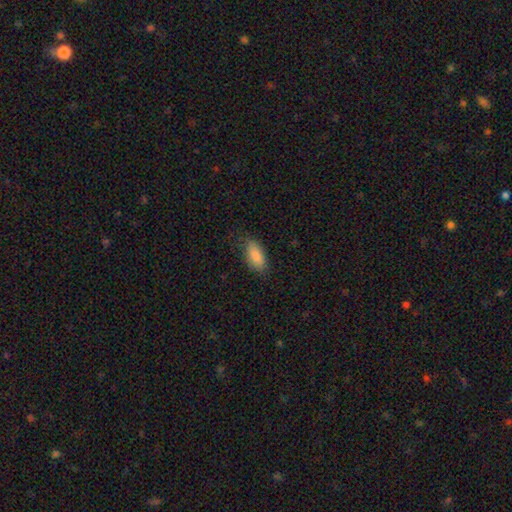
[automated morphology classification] This appears to be a smooth galaxy with no disk features (85%) that is in between round and cigar-shaped (89%). Merging: none (78%).